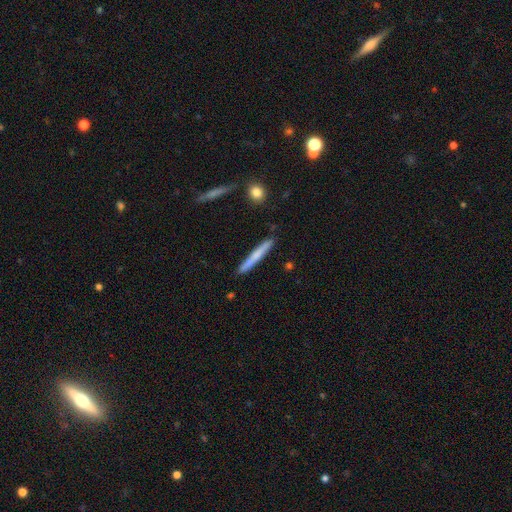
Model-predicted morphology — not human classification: Overall: smooth (60%; featured or disk 35%). How rounded: cigar-shaped (96%). Merging: none (87%).